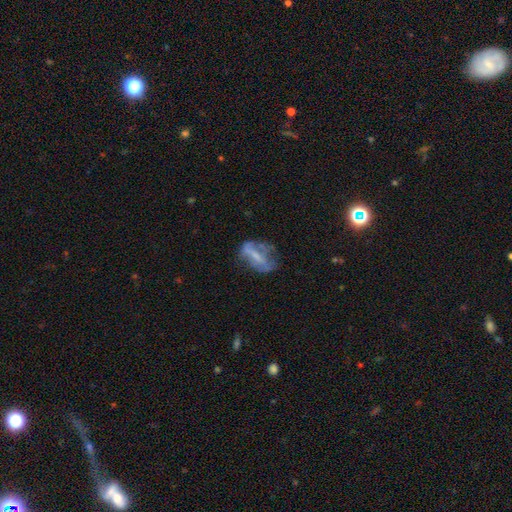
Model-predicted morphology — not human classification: Q: Smooth or featured?
A: featured or disk (57%); runner-up: smooth (32%)
Q: Edge-on disk?
A: no (90%); runner-up: yes (10%)
Q: Bar?
A: strong (37%); runner-up: no (32%)
Q: Spiral arms?
A: no (63%); runner-up: yes (37%)
Q: Bulge size?
A: none (38%); runner-up: small (36%)
Q: Merging?
A: none (41%); runner-up: major disturbance (28%)